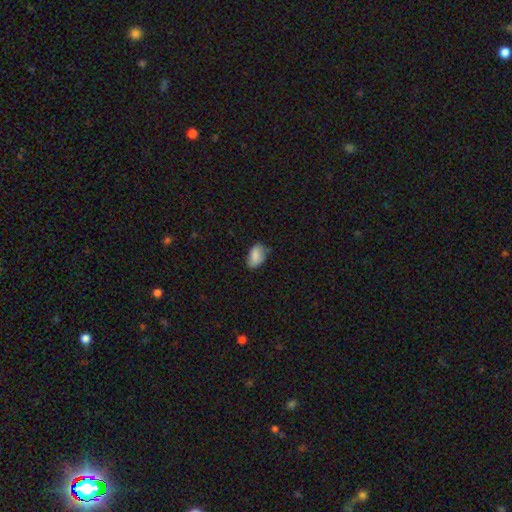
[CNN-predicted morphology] Smooth or featured? Predicted: smooth (p=0.85). How rounded? Predicted: in between (p=0.90). Merging? Predicted: none (p=0.63).